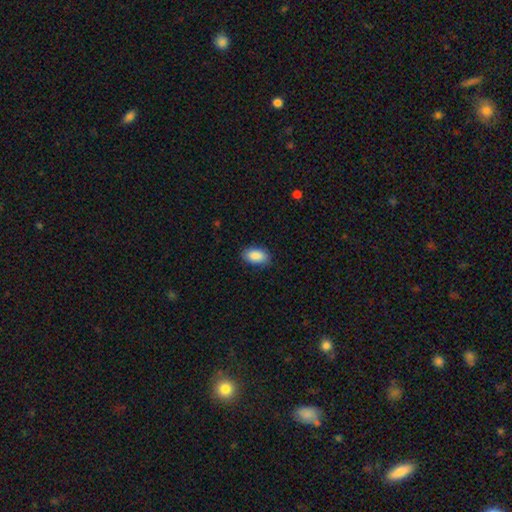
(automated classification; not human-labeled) Morphology: type=smooth (90%); roundness=in between (93%); merging=none (86%).